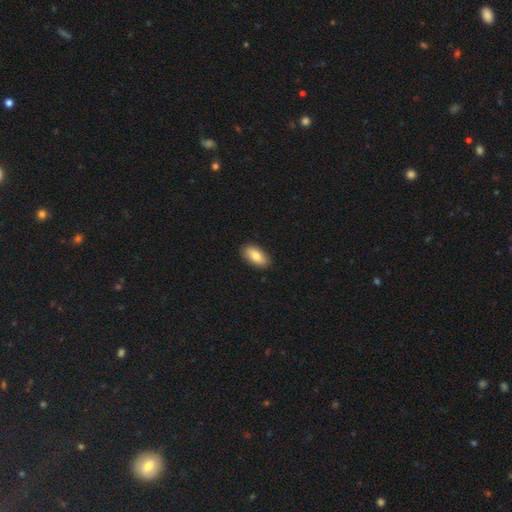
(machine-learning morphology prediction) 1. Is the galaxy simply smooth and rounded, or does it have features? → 83% smooth, 11% featured or disk, 6% star or artifact.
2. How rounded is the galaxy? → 93% in between, 4% cigar-shaped, 3% round.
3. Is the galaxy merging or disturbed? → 89% none, 8% minor disturbance, 2% major disturbance, 1% merger.